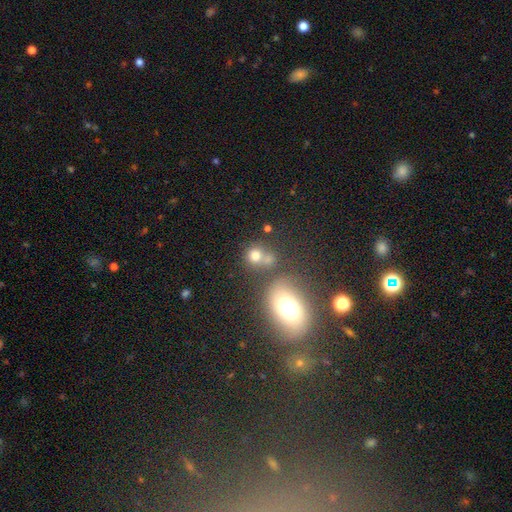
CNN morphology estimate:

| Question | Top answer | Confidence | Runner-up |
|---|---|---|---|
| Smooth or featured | smooth | 73% | star or artifact (16%) |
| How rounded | round | 80% | in between (19%) |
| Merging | none | 48% | merger (36%) |